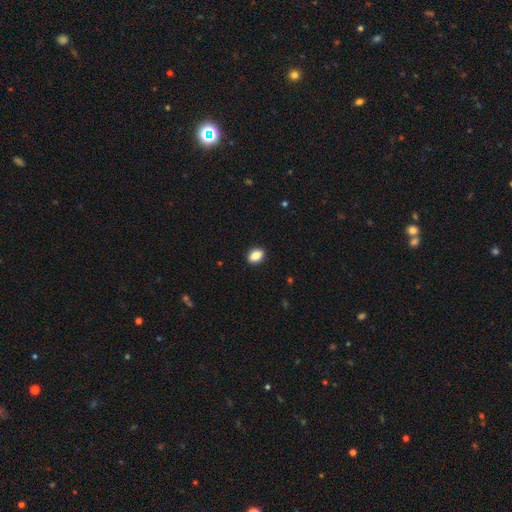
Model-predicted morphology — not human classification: The model was most divided on "how rounded": in between: 78%, round: 20%, cigar-shaped: 2%. More confident: merging — none (90%); smooth or featured — smooth (86%).